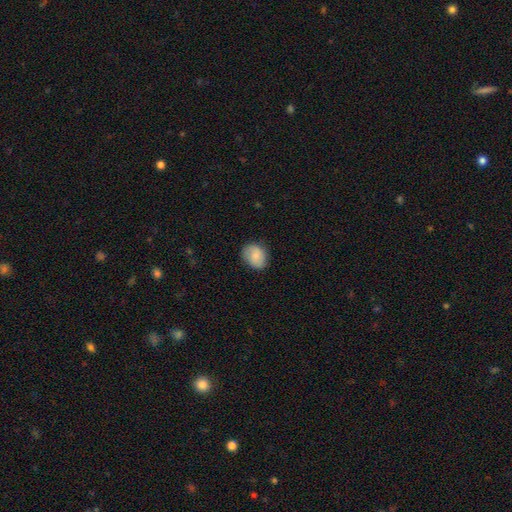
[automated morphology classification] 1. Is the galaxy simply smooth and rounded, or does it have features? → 80% smooth, 13% featured or disk, 7% star or artifact.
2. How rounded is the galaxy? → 50% round, 49% in between, 1% cigar-shaped.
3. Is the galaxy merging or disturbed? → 78% none, 17% minor disturbance, 4% major disturbance, 1% merger.